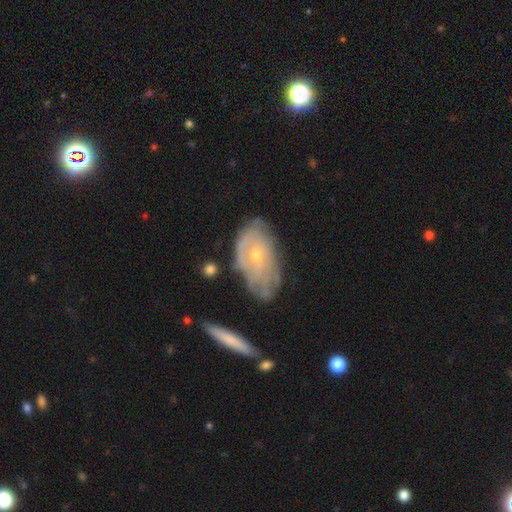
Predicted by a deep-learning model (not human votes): Morphology: type=featured or disk (63%); edge-on=no (91%); bar=no (79%); spiral arms=yes (63%); bulge=small (64%); merging=none (56%).